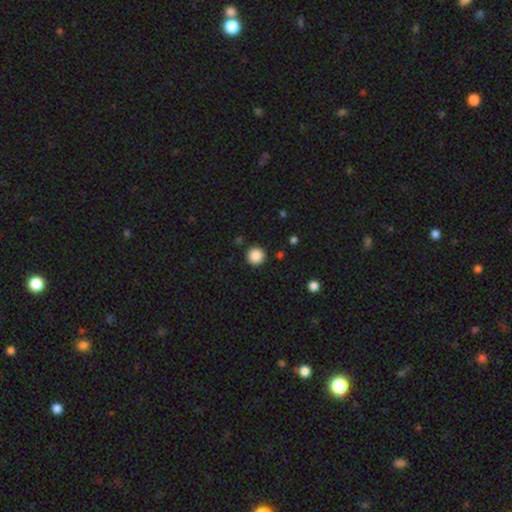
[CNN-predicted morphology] Smooth or featured? Predicted: smooth (p=0.88). How rounded? Predicted: round (p=0.95). Merging? Predicted: none (p=0.92).